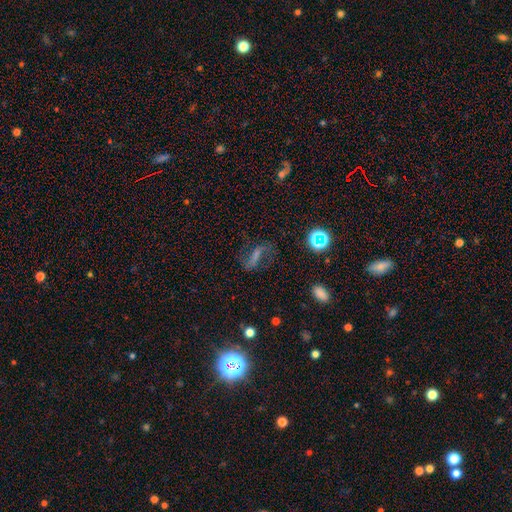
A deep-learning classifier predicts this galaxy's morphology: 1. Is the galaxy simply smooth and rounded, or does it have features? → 47% featured or disk, 30% smooth, 23% star or artifact.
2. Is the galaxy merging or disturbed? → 67% none, 16% minor disturbance, 14% major disturbance, 3% merger.